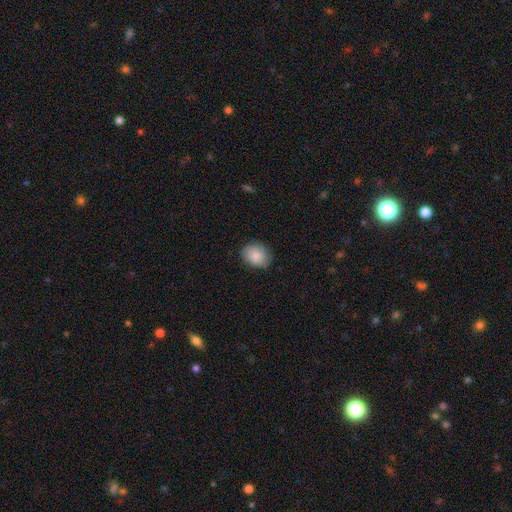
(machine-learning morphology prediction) Q: Smooth or featured?
A: smooth (84%); runner-up: featured or disk (9%)
Q: How rounded?
A: round (54%); runner-up: in between (45%)
Q: Merging?
A: none (82%); runner-up: minor disturbance (14%)